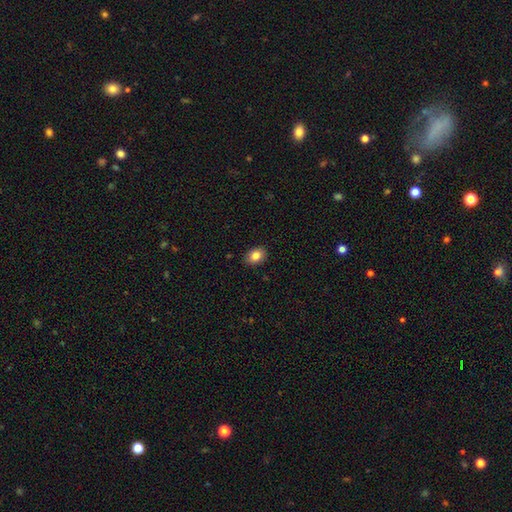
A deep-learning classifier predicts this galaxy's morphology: Overall: smooth (83%). How rounded: in between (76%). Merging: none (88%).